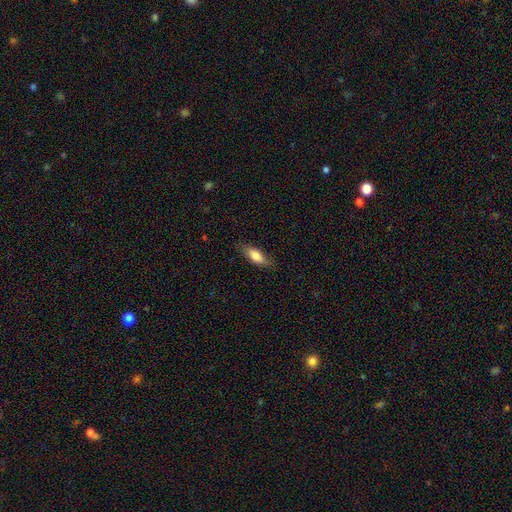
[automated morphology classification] smooth_or_featured: smooth (p=0.77) [alt: featured or disk p=0.17]
how_rounded: in between (p=0.71) [alt: cigar-shaped p=0.27]
merging: none (p=0.78) [alt: minor disturbance p=0.17]